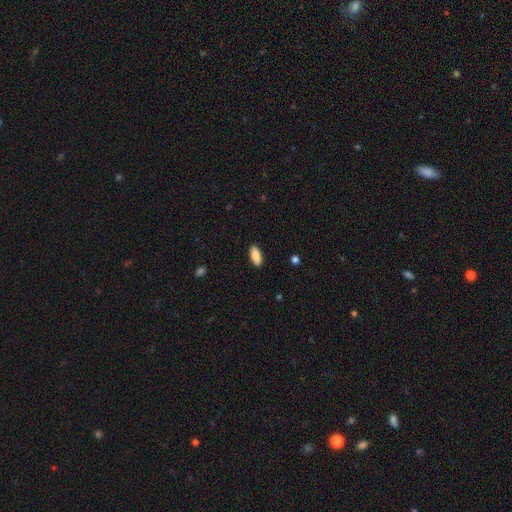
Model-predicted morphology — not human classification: Smooth or featured? Predicted: smooth (p=0.86). How rounded? Predicted: in between (p=0.86). Merging? Predicted: none (p=0.89).